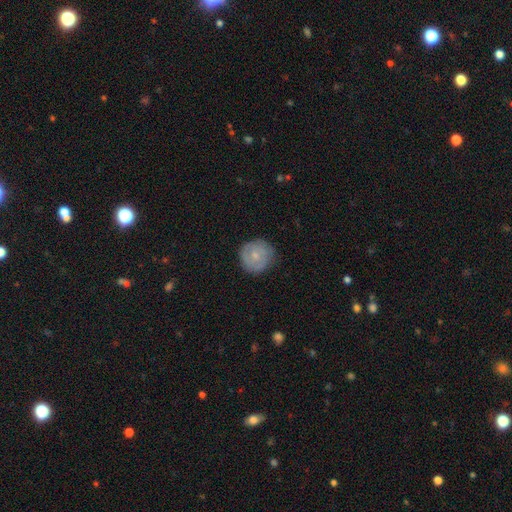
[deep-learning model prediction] smooth_or_featured: smooth (p=0.59) [alt: featured or disk p=0.34]
how_rounded: round (p=0.92) [alt: in between p=0.07]
merging: none (p=0.81) [alt: minor disturbance p=0.15]